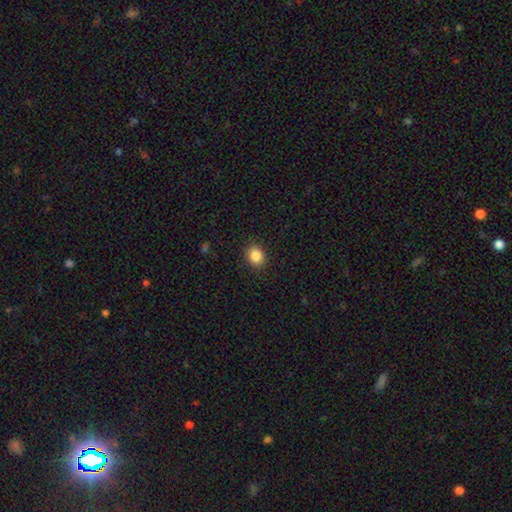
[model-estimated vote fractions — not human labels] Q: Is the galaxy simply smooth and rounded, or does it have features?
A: smooth — 86%.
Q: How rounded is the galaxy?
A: round — 61%.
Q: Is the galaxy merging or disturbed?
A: none — 89%.